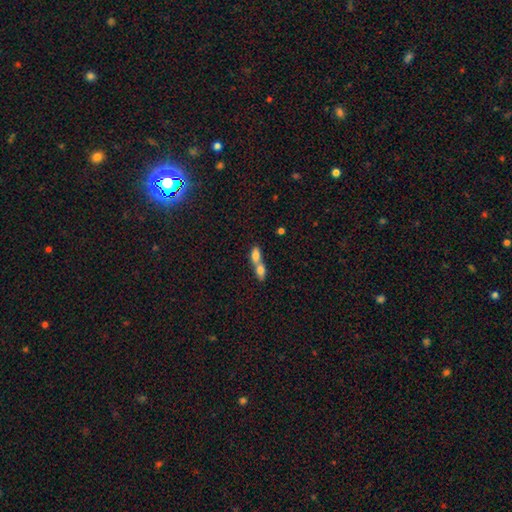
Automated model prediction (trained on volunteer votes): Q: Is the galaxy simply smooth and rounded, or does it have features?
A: smooth — 76%.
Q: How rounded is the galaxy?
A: in between — 79%.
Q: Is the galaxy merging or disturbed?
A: merger — 78%.